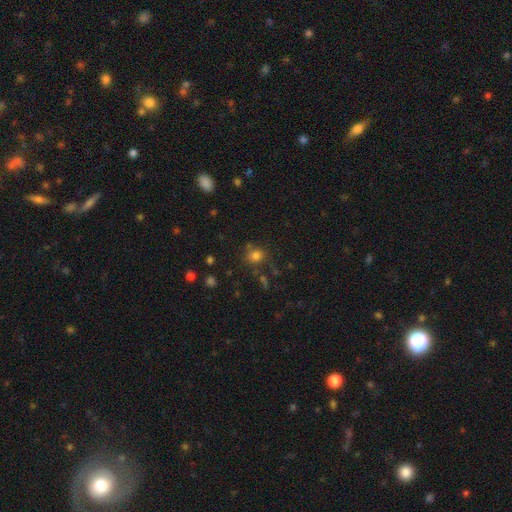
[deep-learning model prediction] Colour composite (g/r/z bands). It shows a smooth galaxy with no disk features (77%) that is round (77%). Merging: none (73%).